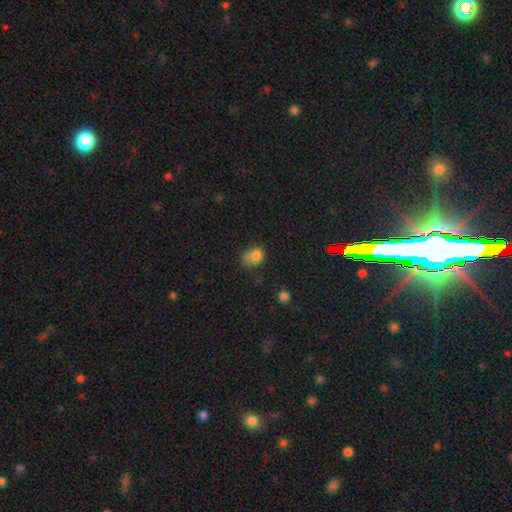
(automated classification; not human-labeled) The model was most divided on "how rounded": round: 51%, in between: 48%, cigar-shaped: 1%. Remaining: smooth or featured — smooth (77%); merging — none (37%).